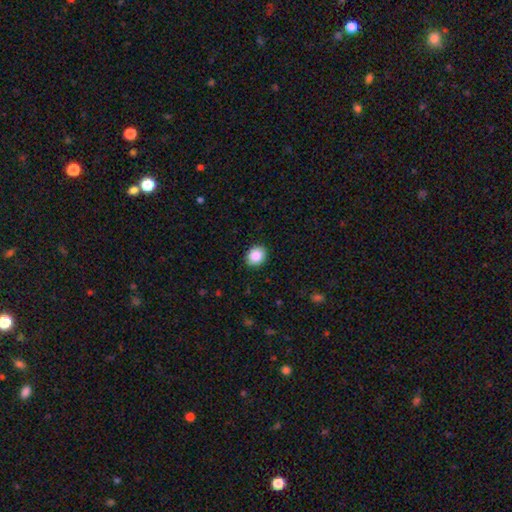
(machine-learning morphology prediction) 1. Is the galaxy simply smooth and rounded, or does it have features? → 88% smooth, 8% star or artifact, 4% featured or disk.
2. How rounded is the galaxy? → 62% round, 37% in between, 1% cigar-shaped.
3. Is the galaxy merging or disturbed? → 91% none, 6% minor disturbance, 2% major disturbance, 1% merger.